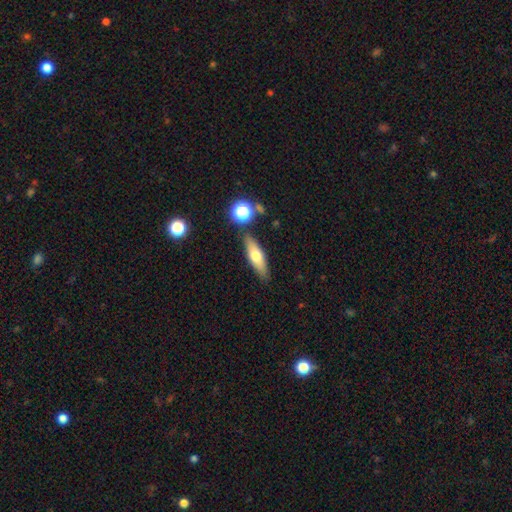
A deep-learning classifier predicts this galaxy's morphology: Smooth or featured? Predicted: smooth (p=0.58). How rounded? Predicted: cigar-shaped (p=0.51). Merging? Predicted: none (p=0.82).